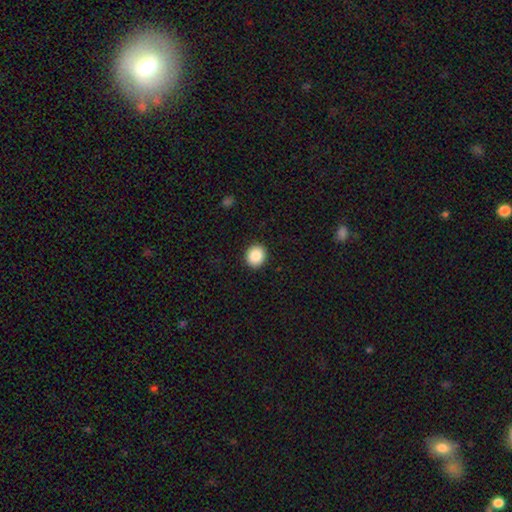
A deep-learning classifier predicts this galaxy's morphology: smooth_or_featured: smooth (p=0.88) [alt: star or artifact p=0.08]
how_rounded: round (p=0.80) [alt: in between p=0.19]
merging: none (p=0.92) [alt: minor disturbance p=0.06]